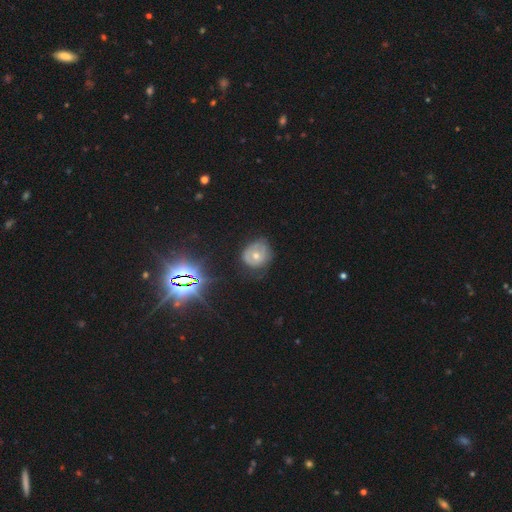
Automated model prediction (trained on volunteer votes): This appears to be a featured or disk galaxy (38%). Merging: none (69%).